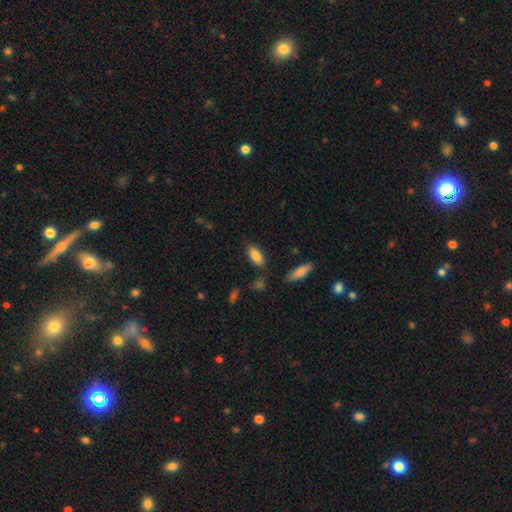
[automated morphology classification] Overall: smooth (85%). How rounded: in between (88%). Merging: none (81%).